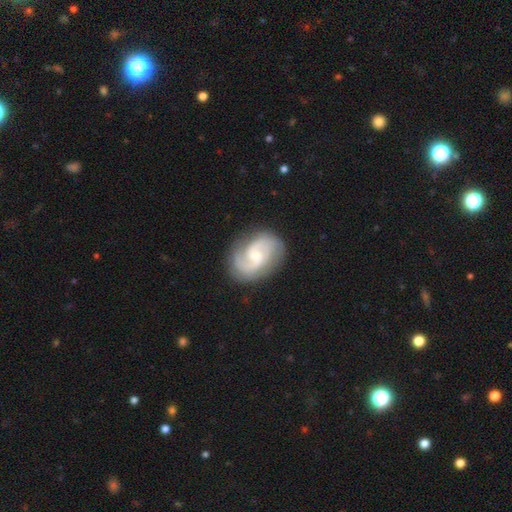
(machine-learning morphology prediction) Overall: featured or disk (86%). Edge-on disk: no (98%). Bar: no (46%, tied with weak). Spiral arms: yes (97%). Spiral arm count: 2 (86%). Spiral winding: medium (53%; tight 24%). Bulge size: small (53%; moderate 42%). Merging: none (81%).